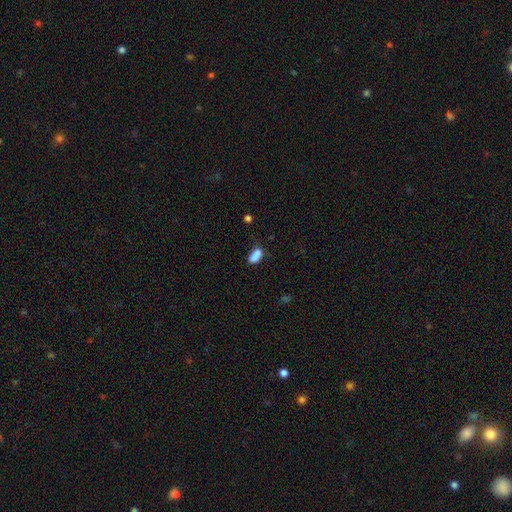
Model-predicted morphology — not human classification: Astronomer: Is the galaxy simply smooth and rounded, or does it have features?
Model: smooth — 80%.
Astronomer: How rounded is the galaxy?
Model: in between — 84%.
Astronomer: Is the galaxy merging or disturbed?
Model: none — 38% (runner-up: merger, 30%).